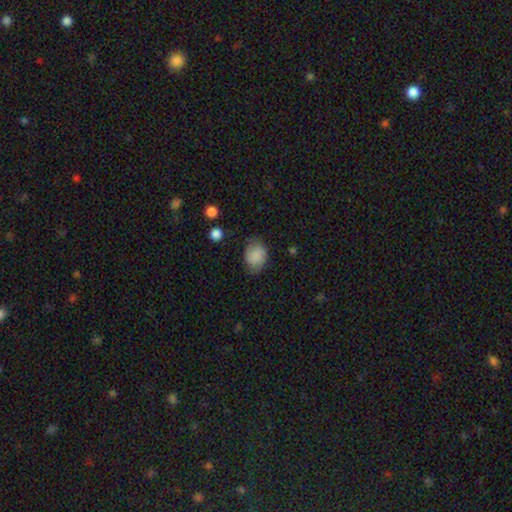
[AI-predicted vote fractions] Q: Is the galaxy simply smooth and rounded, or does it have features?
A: smooth — 83%.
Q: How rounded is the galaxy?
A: in between — 57%.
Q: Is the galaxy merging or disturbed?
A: none — 67%.